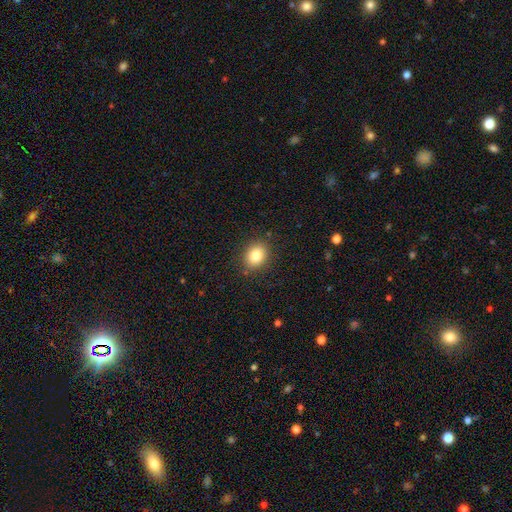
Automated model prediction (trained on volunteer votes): Smooth or featured: smooth — 82% (star or artifact — 10%)
How rounded: round — 52% (in between — 47%)
Merging: none — 88% (minor disturbance — 8%)